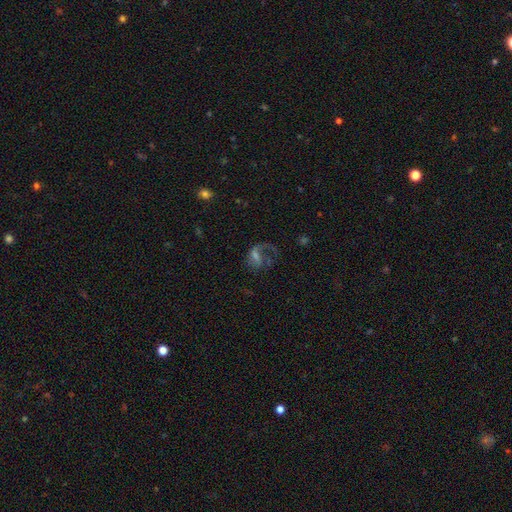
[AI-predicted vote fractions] Smooth or featured?
  - featured or disk: 62% *
  - smooth: 22%
  - star or artifact: 16%
Edge-on disk?
  - no: 97% *
  - yes: 3%
Bar?
  - no: 47% *
  - weak: 40%
  - strong: 13%
Spiral arms?
  - yes: 76% *
  - no: 24%
Bulge size?
  - small: 36% *
  - none: 30%
  - moderate: 26%
  - large: 6%
  - dominant: 2%
Merging?
  - major disturbance: 45% *
  - none: 37%
  - minor disturbance: 14%
  - merger: 5%